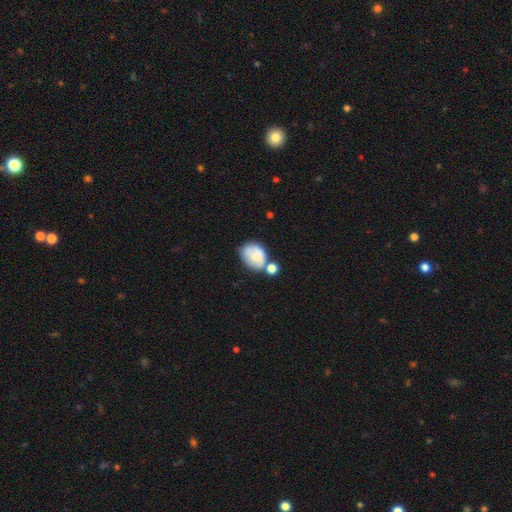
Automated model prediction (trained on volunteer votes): smooth-or-featured: smooth: 62% | featured or disk: 30% | star or artifact: 8%
  how-rounded: in between: 64% | round: 35% | cigar-shaped: 1%
  merging: none: 36% | merger: 34% | minor disturbance: 21% | major disturbance: 9%